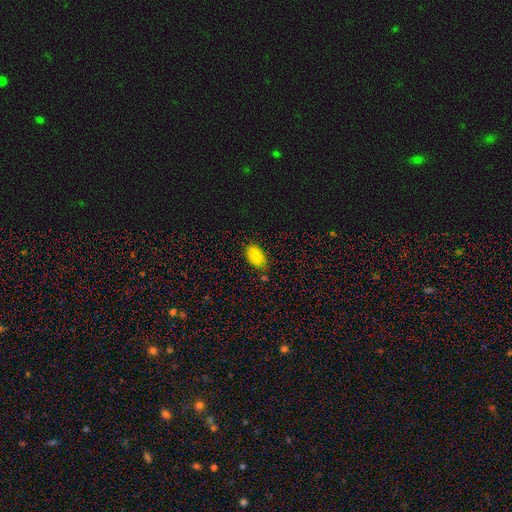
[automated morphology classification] Overall: smooth (85%). How rounded: in between (92%). Merging: none (73%).